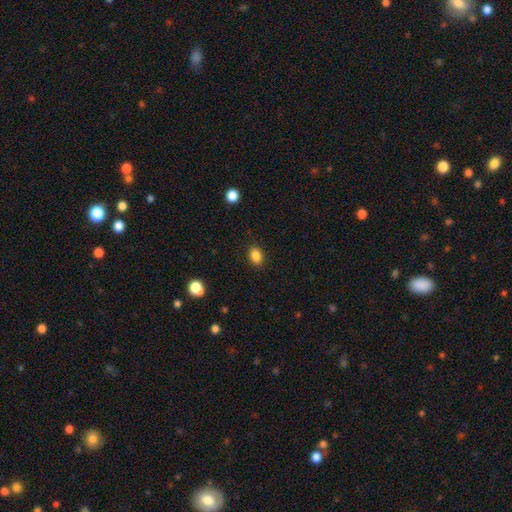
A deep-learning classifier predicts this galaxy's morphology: Smooth or featured? smooth (86%)
How rounded? in between (75%)
Merging? none (88%)